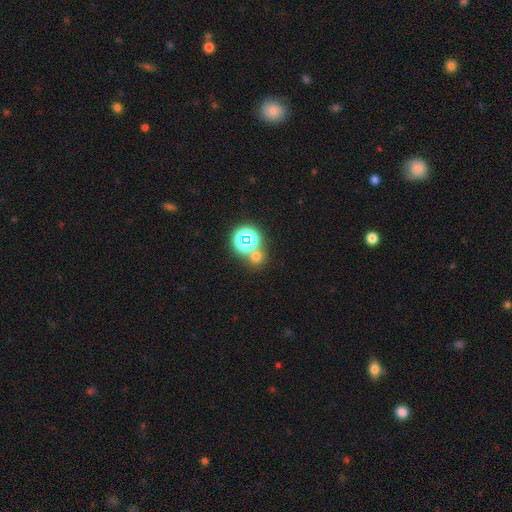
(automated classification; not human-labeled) This appears to be a smooth galaxy with no disk features (51%) that is round (85%). Merging: none (65%).